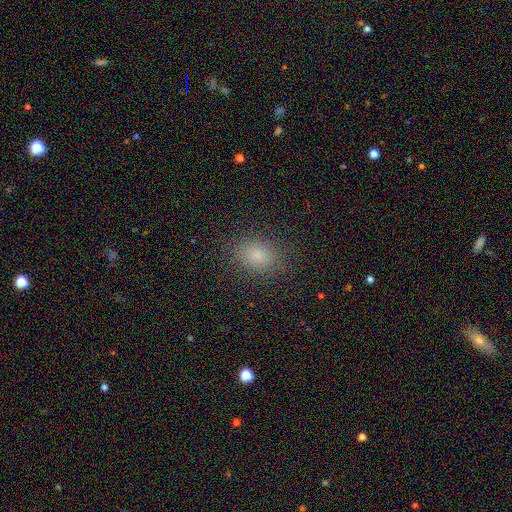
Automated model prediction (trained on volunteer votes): The model was most divided on "how rounded": in between: 70%, round: 28%, cigar-shaped: 1%. More confident: merging — none (86%); smooth or featured — smooth (81%).